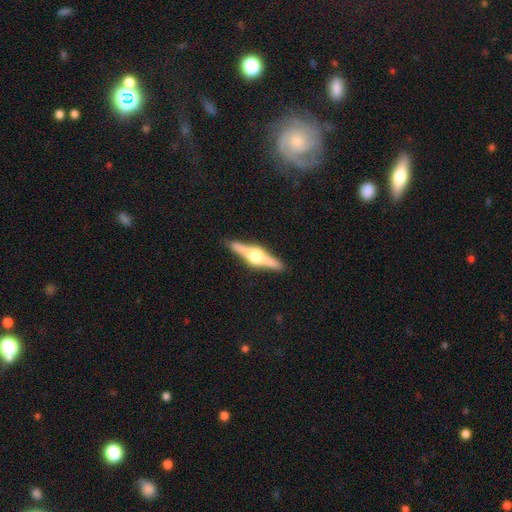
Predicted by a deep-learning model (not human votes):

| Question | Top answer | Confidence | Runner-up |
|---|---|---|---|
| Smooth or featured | featured or disk | 80% | smooth (14%) |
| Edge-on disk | yes | 98% | no (2%) |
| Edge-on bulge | rounded | 93% | boxy (5%) |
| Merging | none | 90% | minor disturbance (7%) |